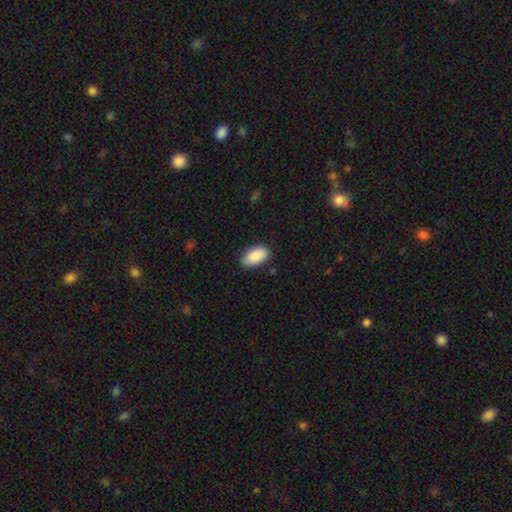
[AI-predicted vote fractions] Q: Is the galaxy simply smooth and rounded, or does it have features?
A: smooth — 90%.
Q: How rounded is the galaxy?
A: in between — 94%.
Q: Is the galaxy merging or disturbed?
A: none — 84%.